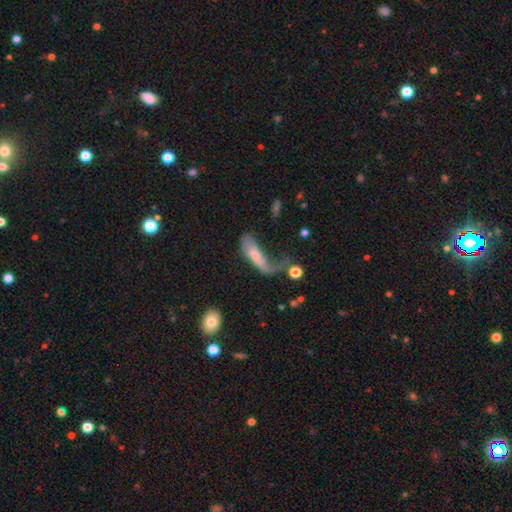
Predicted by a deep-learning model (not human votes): Q: Smooth or featured?
A: smooth (52%); runner-up: featured or disk (40%)
Q: How rounded?
A: in between (54%); runner-up: cigar-shaped (42%)
Q: Merging?
A: major disturbance (55%); runner-up: none (17%)